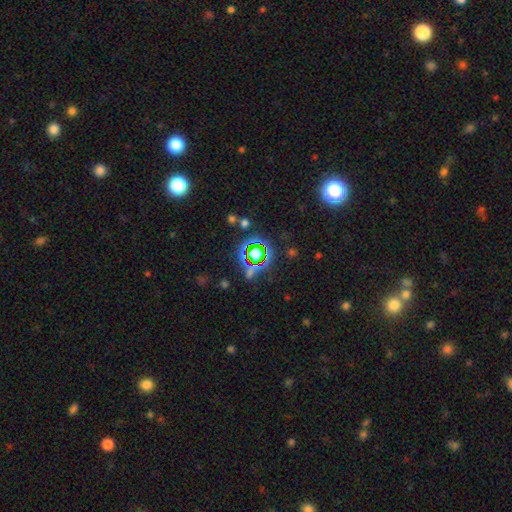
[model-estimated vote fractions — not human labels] Smooth or featured: star or artifact — 73% (smooth — 18%)